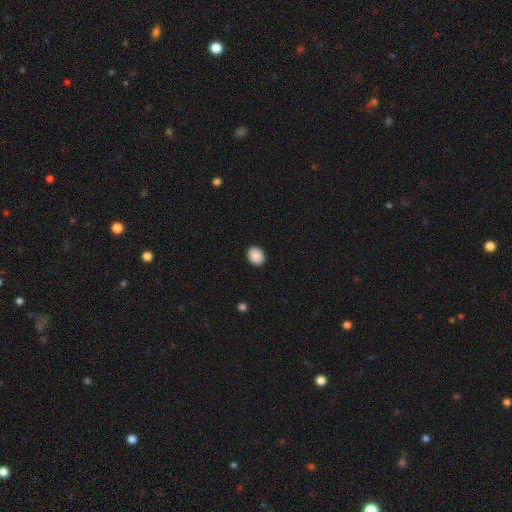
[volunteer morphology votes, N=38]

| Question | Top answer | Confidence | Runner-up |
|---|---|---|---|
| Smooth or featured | smooth | 92% | star or artifact (5%) |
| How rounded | round | 51% | in between (49%) |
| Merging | none | 86% | minor disturbance (8%) |